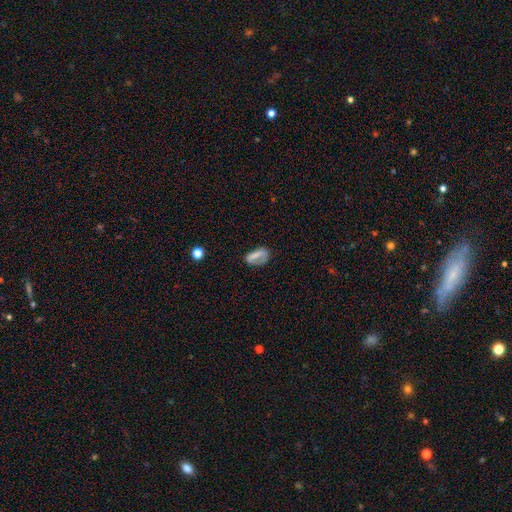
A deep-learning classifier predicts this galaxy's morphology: A smooth galaxy with no disk features (66%) that is in between round and cigar-shaped (79%). Merging: none (56%).